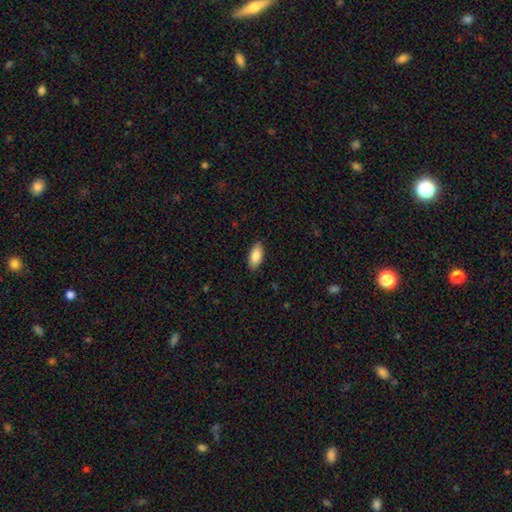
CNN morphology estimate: This is clearly a smooth galaxy (87%). How rounded: clearly in between (90%). Merging: clearly none (87%).